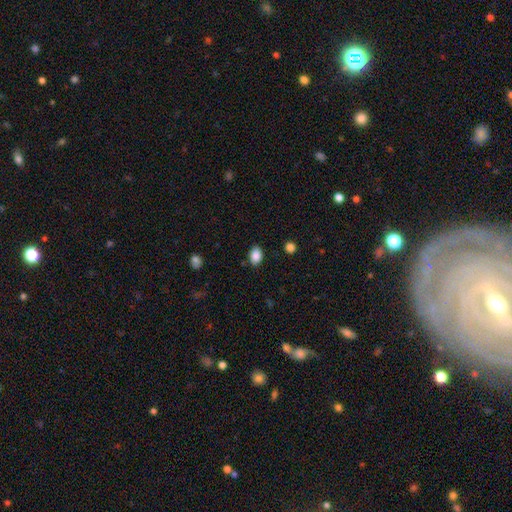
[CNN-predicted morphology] smooth 88%, star or artifact 8%, featured or disk 4%. Down the decision tree: how rounded — in between (81%); merging — none (85%).